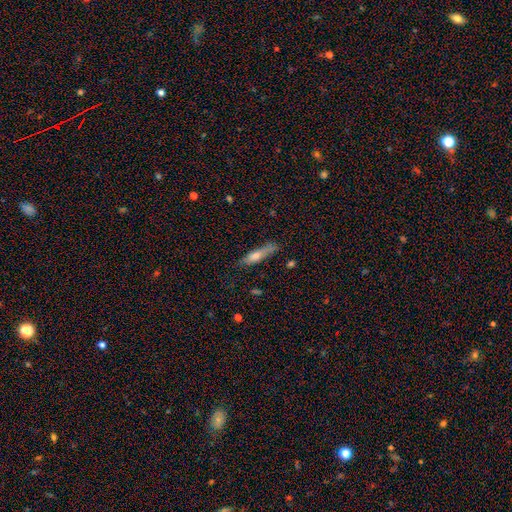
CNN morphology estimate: Smooth or featured? Predicted: smooth (p=0.56). How rounded? Predicted: cigar-shaped (p=0.79). Merging? Predicted: none (p=0.70).